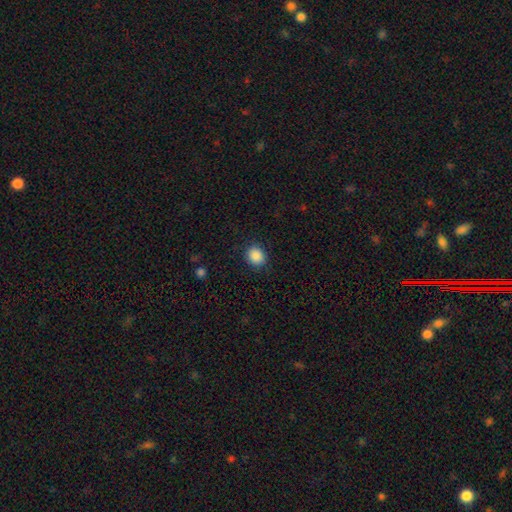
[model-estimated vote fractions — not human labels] Smooth or featured? smooth (88%)
How rounded? round (76%)
Merging? none (88%)